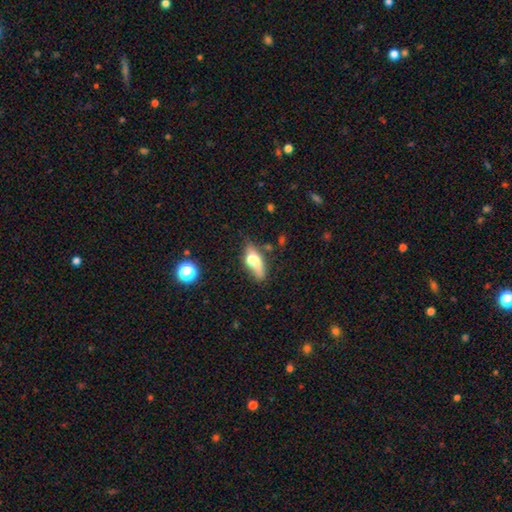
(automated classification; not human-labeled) Overall: smooth (57%; featured or disk 34%). How rounded: in between (69%). Merging: none (49%; minor disturbance 28%).